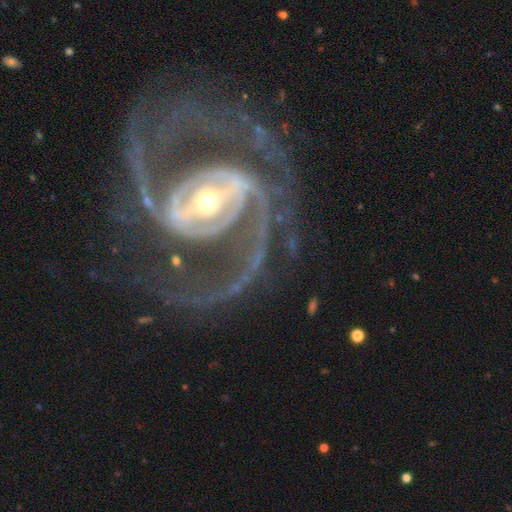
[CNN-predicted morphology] The model was most divided on "bulge size": moderate: 47%, small: 45%, large: 6%, dominant: 1%, none: 1%. More confident: edge-on disk — no (97%); spiral arms — yes (97%); smooth or featured — featured or disk (92%); spiral arm count — 2 (74%); merging — none (64%); bar — strong (61%); spiral winding — medium (54%).